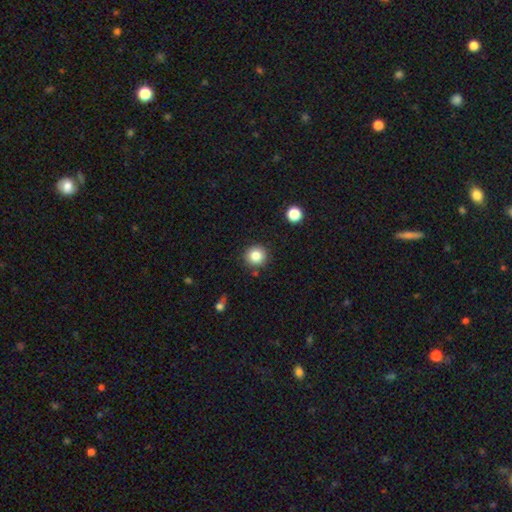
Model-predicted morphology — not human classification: smooth_or_featured: smooth (p=0.83) [alt: star or artifact p=0.11]
how_rounded: round (p=0.94) [alt: in between p=0.05]
merging: none (p=0.88) [alt: minor disturbance p=0.07]